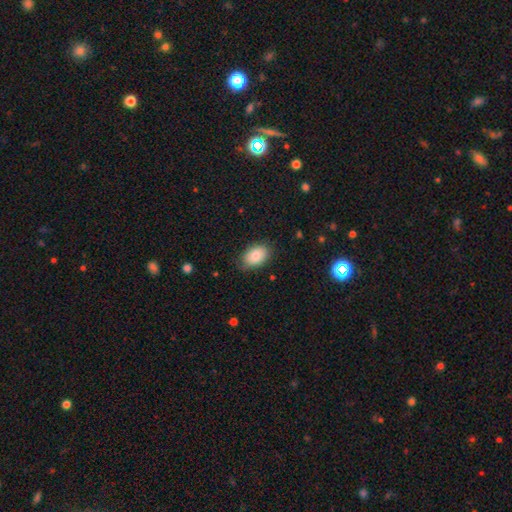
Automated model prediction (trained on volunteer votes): smooth_or_featured: smooth (p=0.84) [alt: featured or disk p=0.09]
how_rounded: in between (p=0.88) [alt: round p=0.11]
merging: none (p=0.79) [alt: minor disturbance p=0.17]